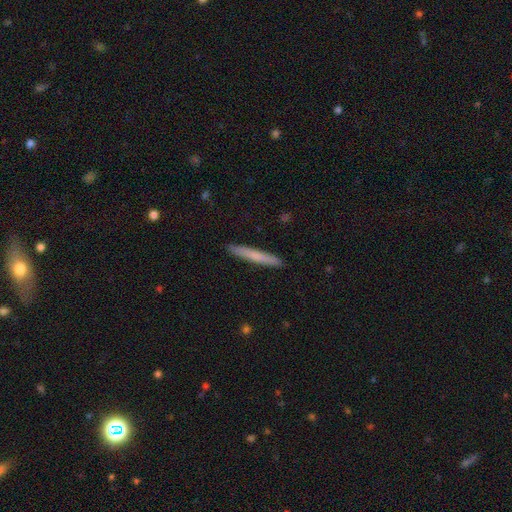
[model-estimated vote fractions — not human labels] A smooth galaxy with no disk features (72%) that is cigar-shaped (96%). Merging: none (92%).